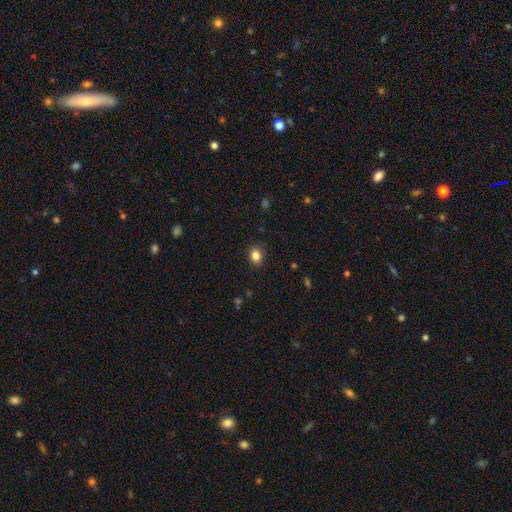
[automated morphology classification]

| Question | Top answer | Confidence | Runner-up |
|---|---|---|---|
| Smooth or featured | smooth | 84% | star or artifact (10%) |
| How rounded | in between | 55% | round (44%) |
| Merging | none | 89% | minor disturbance (8%) |